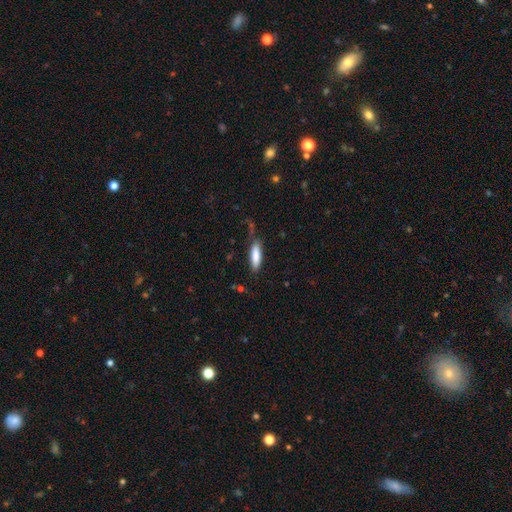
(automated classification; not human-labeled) This is clearly a smooth galaxy (83%). How rounded: possibly cigar-shaped (57%). Merging: likely none (71%).